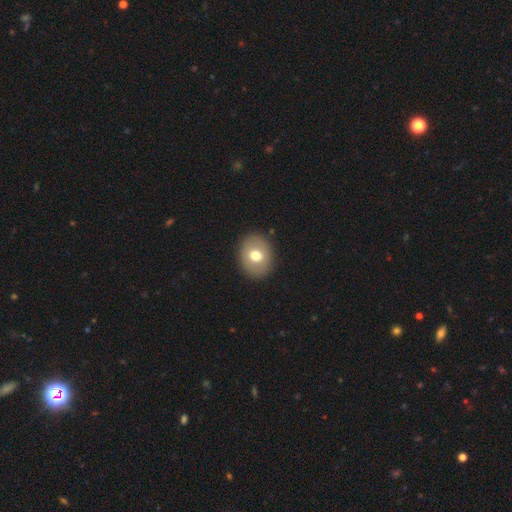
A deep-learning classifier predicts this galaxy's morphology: Smooth or featured: smooth — 69% (featured or disk — 22%)
How rounded: round — 55% (in between — 44%)
Merging: none — 90% (minor disturbance — 7%)